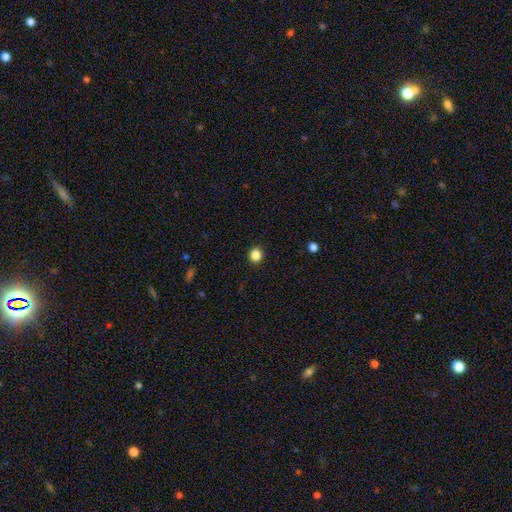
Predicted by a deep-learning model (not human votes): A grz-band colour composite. It shows a smooth galaxy with no disk features (85%) that is round (91%). Merging: none (92%).